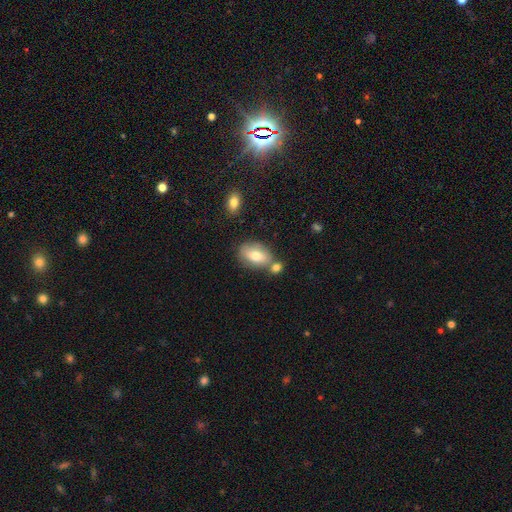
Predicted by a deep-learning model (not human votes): A smooth galaxy with no disk features (70%) that is in between round and cigar-shaped (86%).

Vote fractions:
- Smooth or featured? smooth: 70% / featured or disk: 22% / star or artifact: 8%
- How rounded? in between: 86% / round: 12% / cigar-shaped: 2%
- Merging? none: 59% / merger: 22% / minor disturbance: 15% / major disturbance: 4%